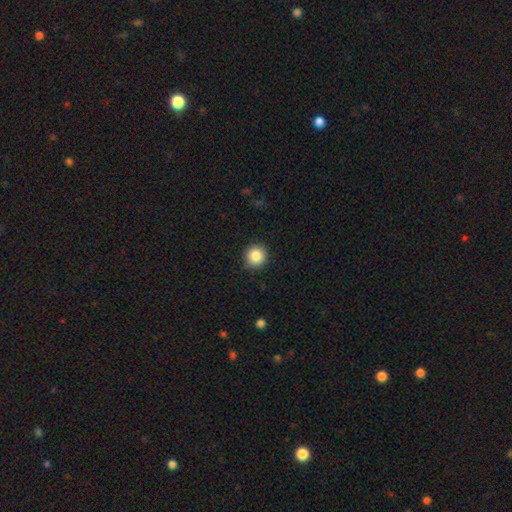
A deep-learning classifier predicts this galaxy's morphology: A smooth galaxy with no disk features (86%) that is round (92%). Merging: none (88%).